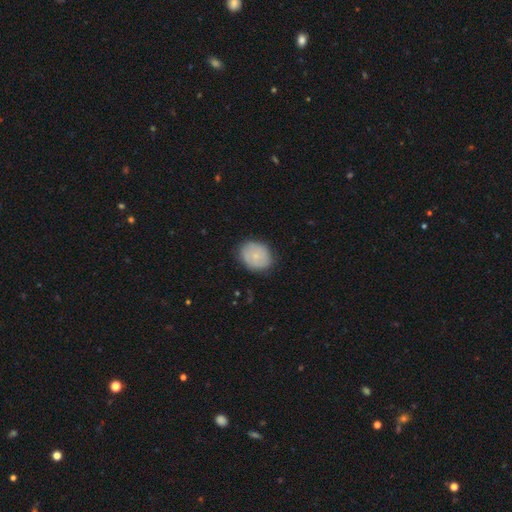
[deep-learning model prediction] A smooth galaxy with no disk features (68%) that is round (52%).

Vote fractions:
- Smooth or featured? smooth: 68% / featured or disk: 24% / star or artifact: 7%
- How rounded? round: 52% / in between: 47% / cigar-shaped: 1%
- Merging? none: 78% / minor disturbance: 17% / major disturbance: 4% / merger: 1%